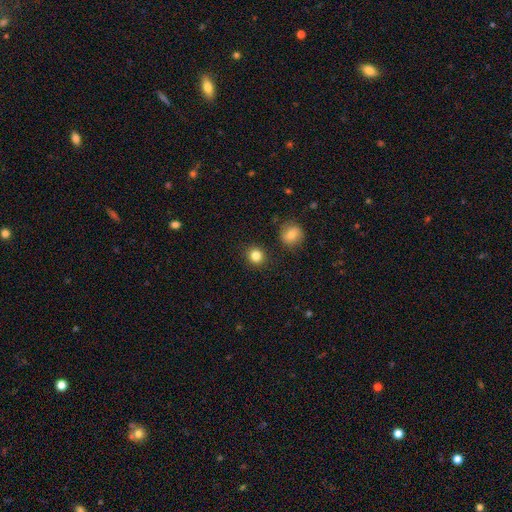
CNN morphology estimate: A smooth galaxy with no disk features (84%) that is round (89%). Merging: none (89%).